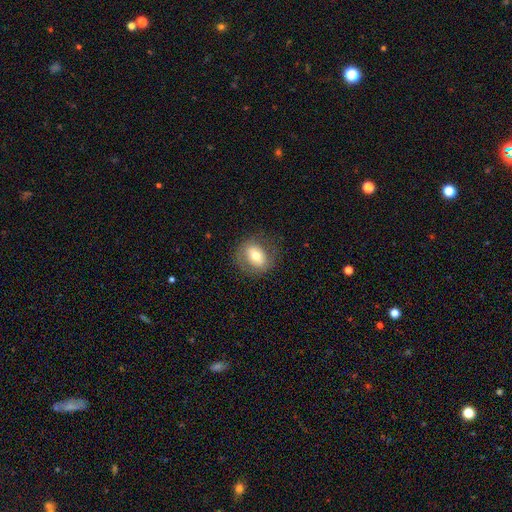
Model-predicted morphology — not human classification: Smooth or featured?
  - smooth: 61% *
  - featured or disk: 31%
  - star or artifact: 9%
How rounded?
  - round: 53% *
  - in between: 45%
  - cigar-shaped: 1%
Merging?
  - none: 78% *
  - minor disturbance: 14%
  - major disturbance: 7%
  - merger: 1%